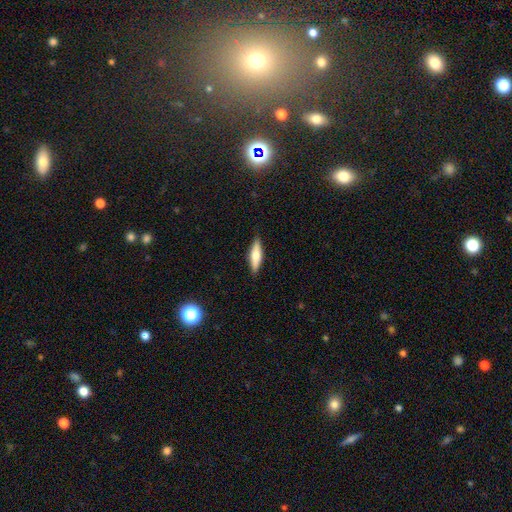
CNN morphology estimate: Overall: smooth (59%; featured or disk 35%). How rounded: cigar-shaped (60%; in between 37%). Merging: none (88%).